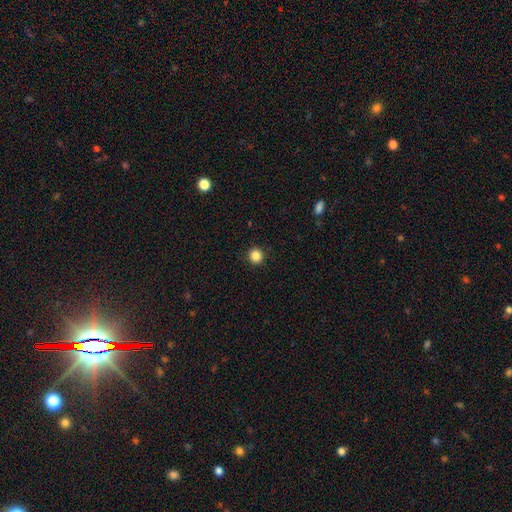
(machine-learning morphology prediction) Smooth or featured: smooth — 86% (star or artifact — 11%)
How rounded: round — 92% (in between — 7%)
Merging: none — 92% (minor disturbance — 5%)